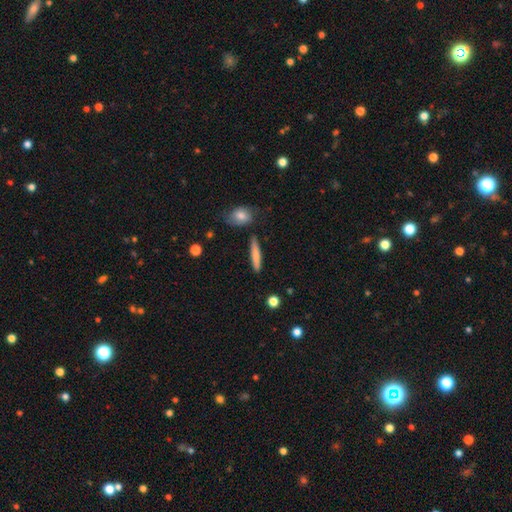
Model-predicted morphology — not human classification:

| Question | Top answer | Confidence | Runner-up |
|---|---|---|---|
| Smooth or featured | smooth | 76% | featured or disk (18%) |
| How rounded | cigar-shaped | 90% | in between (8%) |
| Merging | none | 85% | minor disturbance (9%) |